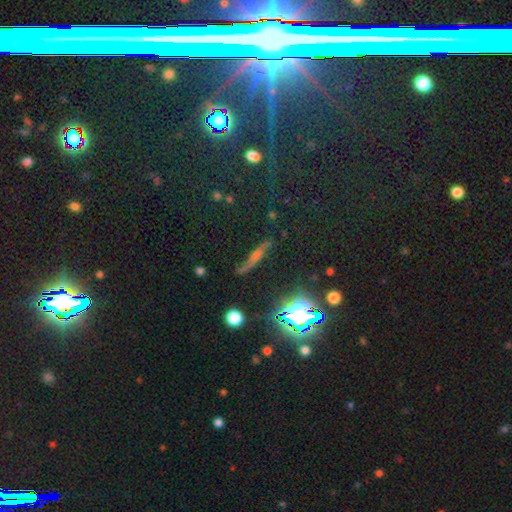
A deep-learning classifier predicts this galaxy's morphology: This appears to be a featured or disk galaxy (37%). Merging: none (71%).